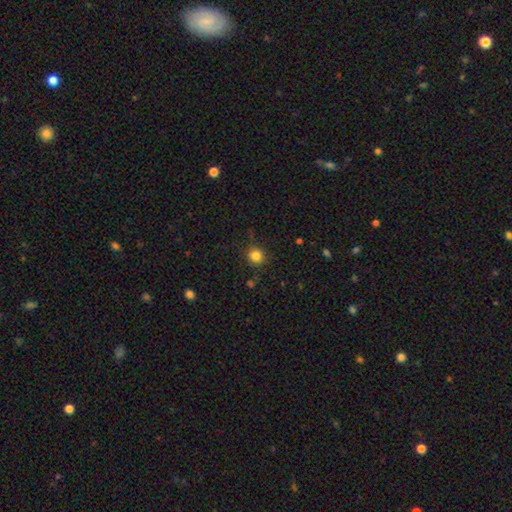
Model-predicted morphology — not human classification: Q: Smooth or featured?
A: smooth (83%); runner-up: star or artifact (12%)
Q: How rounded?
A: round (92%); runner-up: in between (7%)
Q: Merging?
A: none (87%); runner-up: minor disturbance (9%)